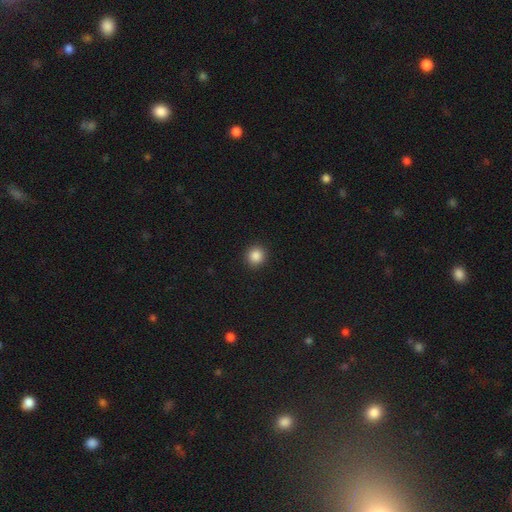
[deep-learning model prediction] Smooth or featured?
  - smooth: 86% *
  - star or artifact: 10%
  - featured or disk: 3%
How rounded?
  - round: 92% *
  - in between: 7%
  - cigar-shaped: 1%
Merging?
  - none: 93% *
  - minor disturbance: 5%
  - major disturbance: 2%
  - merger: 1%